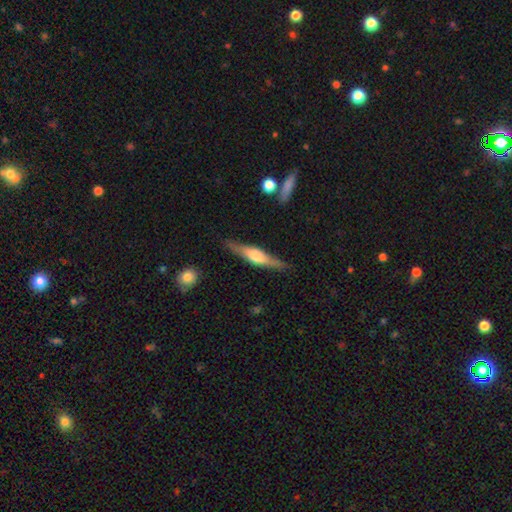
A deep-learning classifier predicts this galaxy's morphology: This is likely a featured or disk galaxy (64%). It is clearly viewed edge-on (96%). Edge-on bulge: clearly rounded (83%). Merging: clearly none (86%).